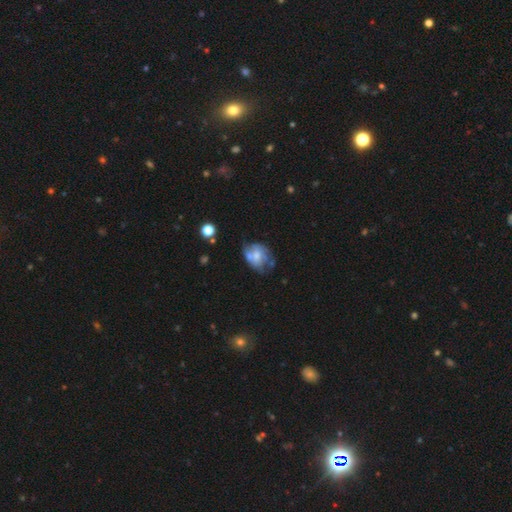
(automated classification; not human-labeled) A featured or disk galaxy (54%) with no bar (74%), no spiral arms (53%) and a moderate central bulge (45%). Merging: none (40%).